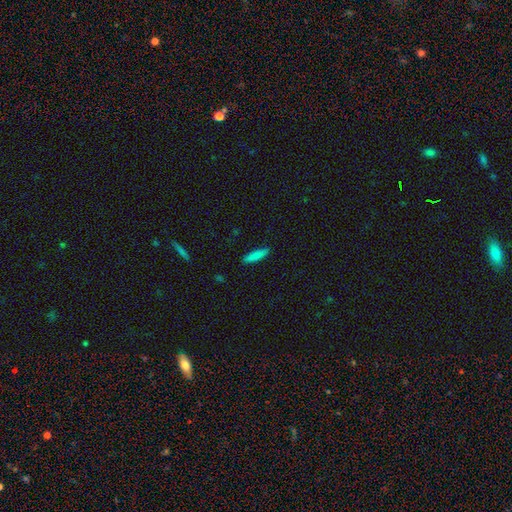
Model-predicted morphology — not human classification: smooth 84%, featured or disk 9%, star or artifact 7%. Down the decision tree: how rounded — cigar-shaped (80%); merging — none (89%).